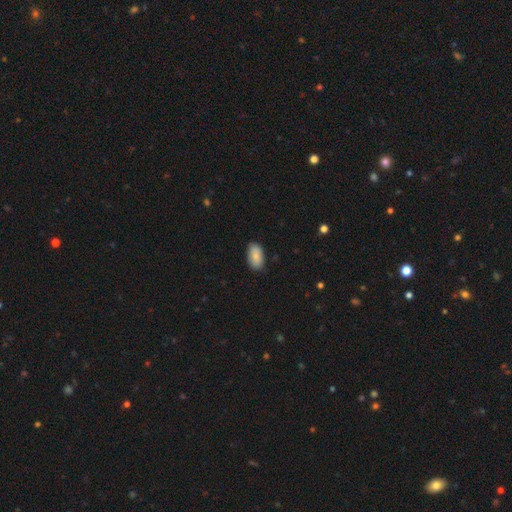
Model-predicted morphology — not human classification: Overall: smooth (83%). How rounded: in between (94%). Merging: none (82%).